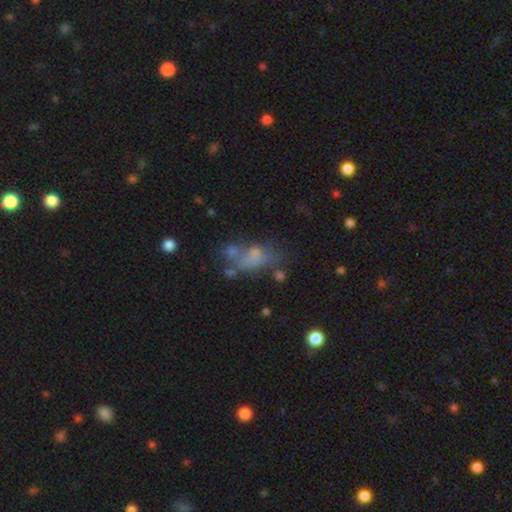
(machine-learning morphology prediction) smooth_or_featured: smooth (p=0.48) [alt: featured or disk p=0.33]
merging: none (p=0.34) [alt: major disturbance p=0.24]